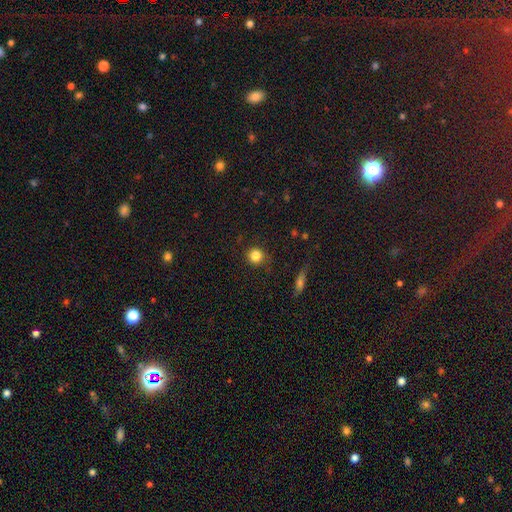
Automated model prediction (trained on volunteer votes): A smooth galaxy with no disk features (84%) that is round (92%).

Vote fractions:
- Smooth or featured? smooth: 84% / star or artifact: 11% / featured or disk: 5%
- How rounded? round: 92% / in between: 7% / cigar-shaped: 1%
- Merging? none: 86% / minor disturbance: 10% / major disturbance: 3% / merger: 1%